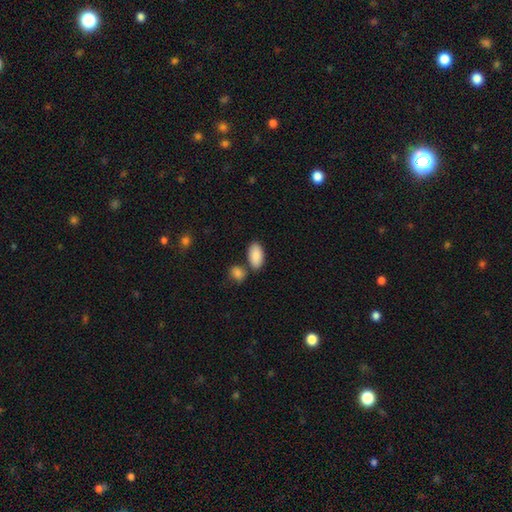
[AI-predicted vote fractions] A smooth galaxy with no disk features (90%) that is in between round and cigar-shaped (95%).

Vote fractions:
- Smooth or featured? smooth: 90% / star or artifact: 6% / featured or disk: 4%
- How rounded? in between: 95% / round: 3% / cigar-shaped: 3%
- Merging? none: 69% / merger: 16% / minor disturbance: 12% / major disturbance: 3%